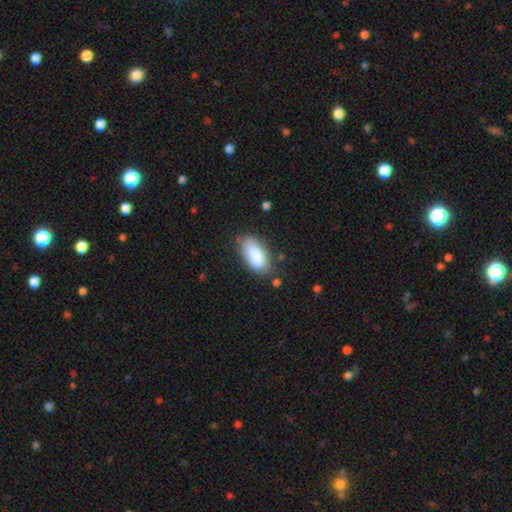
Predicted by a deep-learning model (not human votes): Overall: smooth (85%). How rounded: in between (90%). Merging: none (71%).